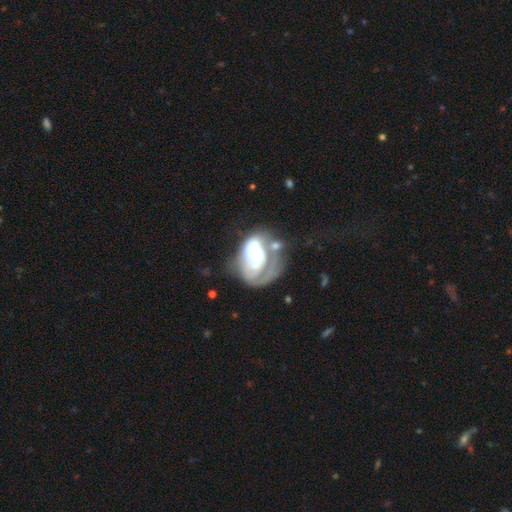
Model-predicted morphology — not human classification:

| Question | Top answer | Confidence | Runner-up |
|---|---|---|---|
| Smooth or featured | featured or disk | 73% | smooth (20%) |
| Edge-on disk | no | 97% | yes (3%) |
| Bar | no | 68% | weak (24%) |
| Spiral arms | yes | 75% | no (25%) |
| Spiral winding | tight | 49% | medium (32%) |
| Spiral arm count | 1 | 38% | 2 (28%) |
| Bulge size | small | 42% | moderate (37%) |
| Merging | major disturbance | 36% | none (24%) |